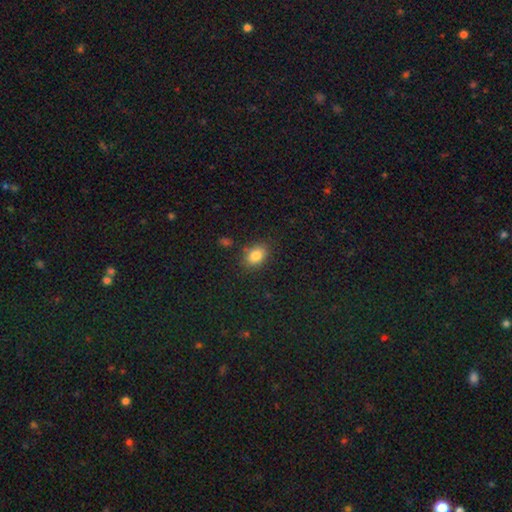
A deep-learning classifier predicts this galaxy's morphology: Smooth or featured: smooth — 83% (star or artifact — 10%)
How rounded: in between — 77% (round — 21%)
Merging: none — 81% (minor disturbance — 13%)